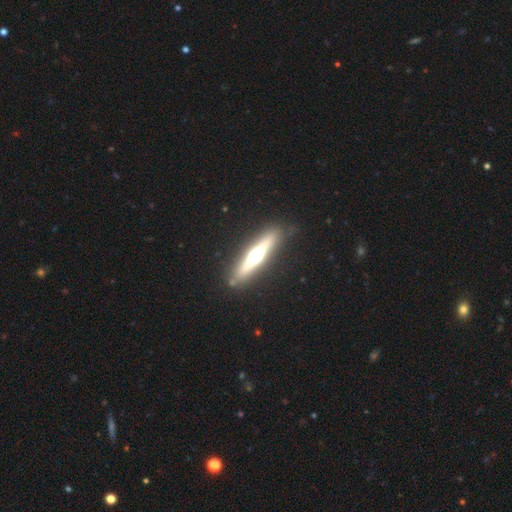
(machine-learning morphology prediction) featured or disk 69%, smooth 24%, star or artifact 7%. Down the decision tree: edge-on disk — yes (94%); edge-on bulge — rounded (93%); merging — none (87%).